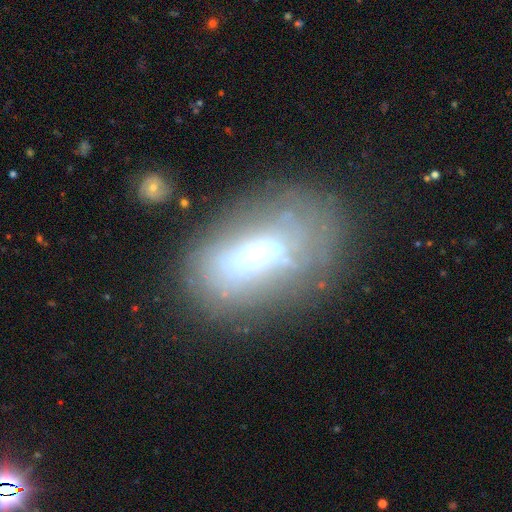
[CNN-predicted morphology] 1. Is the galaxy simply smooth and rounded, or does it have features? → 51% featured or disk, 36% smooth, 13% star or artifact.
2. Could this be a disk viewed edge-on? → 83% no, 17% yes.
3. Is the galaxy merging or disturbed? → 61% none, 20% minor disturbance, 14% major disturbance, 5% merger.